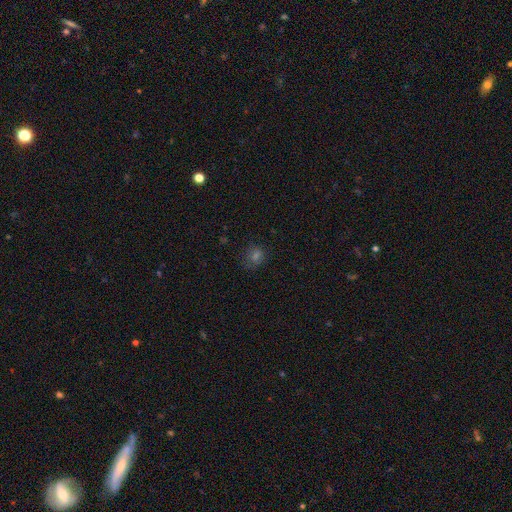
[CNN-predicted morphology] Smooth or featured?
  - smooth: 59% *
  - star or artifact: 29%
  - featured or disk: 12%
How rounded?
  - round: 70% *
  - in between: 29%
  - cigar-shaped: 1%
Merging?
  - none: 75% *
  - minor disturbance: 16%
  - major disturbance: 7%
  - merger: 2%